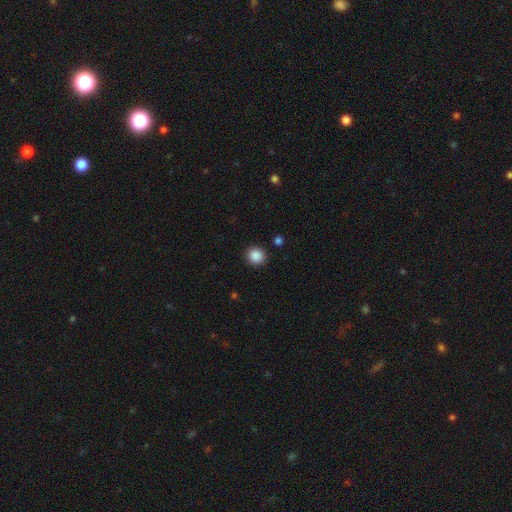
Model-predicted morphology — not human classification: The model was most divided on "smooth or featured": smooth: 88%, star or artifact: 10%, featured or disk: 3%. More confident: merging — none (90%); how rounded — round (89%).